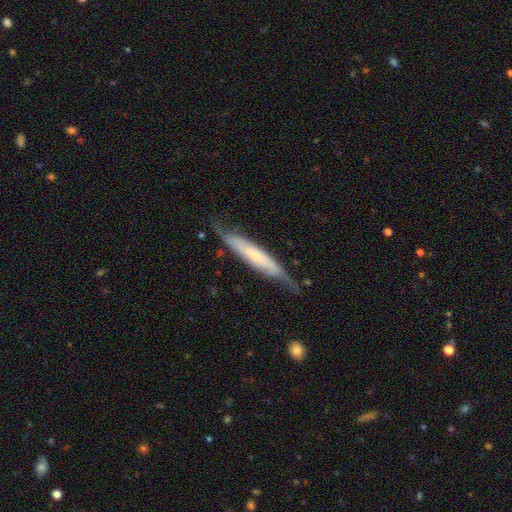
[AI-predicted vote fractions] Smooth or featured: featured or disk — 56% (smooth — 37%)
Edge-on disk: yes — 67% (no — 33%)
Merging: none — 66% (minor disturbance — 25%)